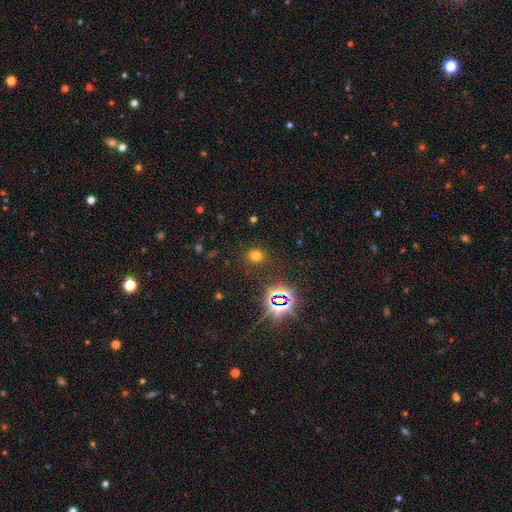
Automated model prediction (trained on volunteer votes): Smooth or featured: smooth — 65% (star or artifact — 28%)
How rounded: round — 79% (in between — 20%)
Merging: none — 87% (minor disturbance — 8%)